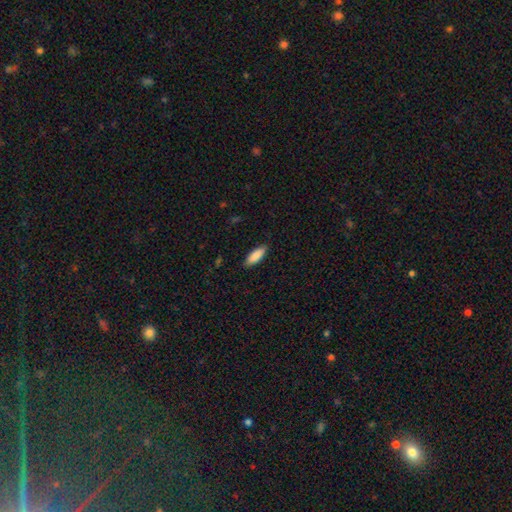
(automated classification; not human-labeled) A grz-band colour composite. It shows a smooth galaxy with no disk features (88%) that is in between round and cigar-shaped (67%). Merging: none (85%).